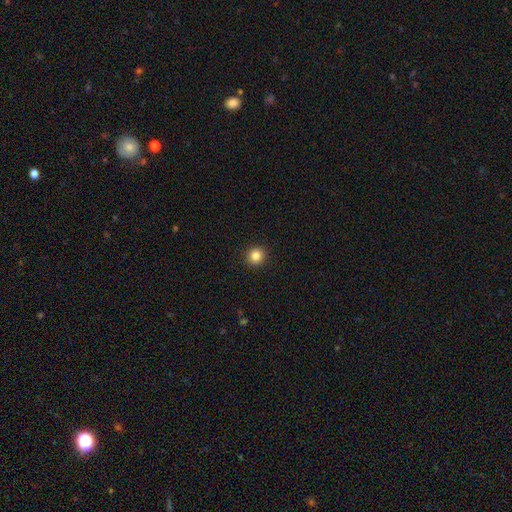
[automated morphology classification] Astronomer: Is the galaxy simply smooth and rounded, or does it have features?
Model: smooth — 84%.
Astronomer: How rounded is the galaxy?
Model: round — 92%.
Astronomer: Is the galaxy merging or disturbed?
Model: none — 93%.